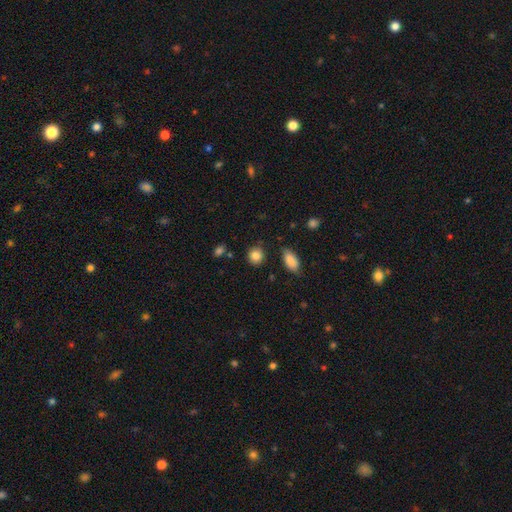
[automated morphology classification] Overall: smooth (85%). How rounded: round (83%). Merging: none (83%).